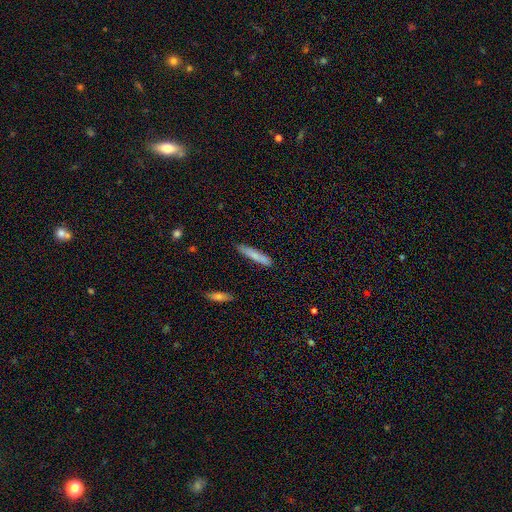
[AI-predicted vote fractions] Overall: smooth (75%). How rounded: cigar-shaped (89%). Merging: none (83%).